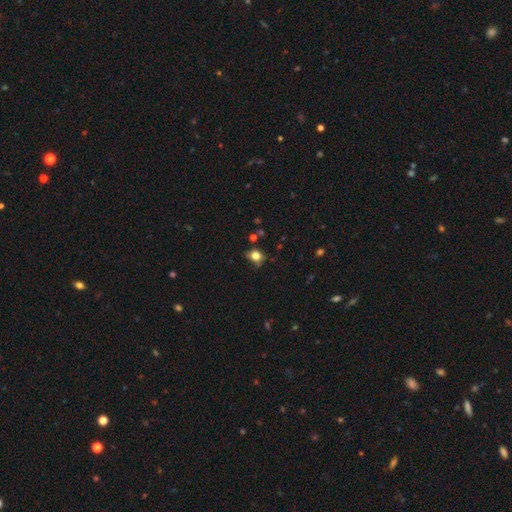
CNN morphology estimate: smooth_or_featured: smooth (p=0.79) [alt: star or artifact p=0.12]
how_rounded: round (p=0.54) [alt: in between p=0.44]
merging: none (p=0.61) [alt: minor disturbance p=0.27]